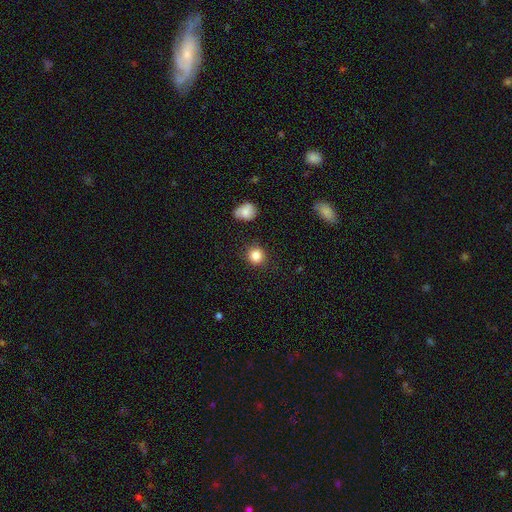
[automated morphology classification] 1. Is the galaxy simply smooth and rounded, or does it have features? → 85% smooth, 10% star or artifact, 5% featured or disk.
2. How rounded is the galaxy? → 90% round, 9% in between, 1% cigar-shaped.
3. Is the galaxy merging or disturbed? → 87% none, 9% minor disturbance, 3% major disturbance, 2% merger.